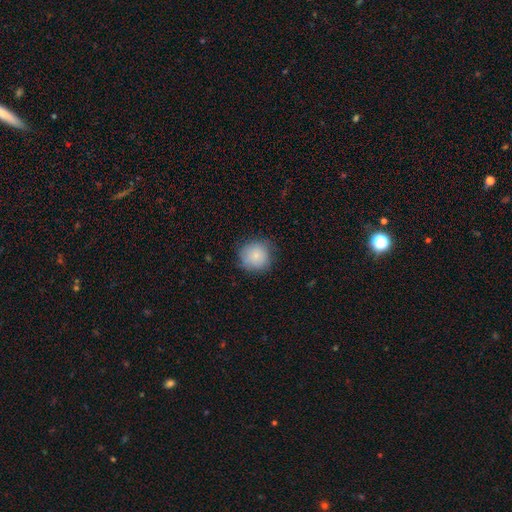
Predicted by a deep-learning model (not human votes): This appears to be a smooth galaxy with no disk features (83%) that is round (91%). Merging: none (78%).